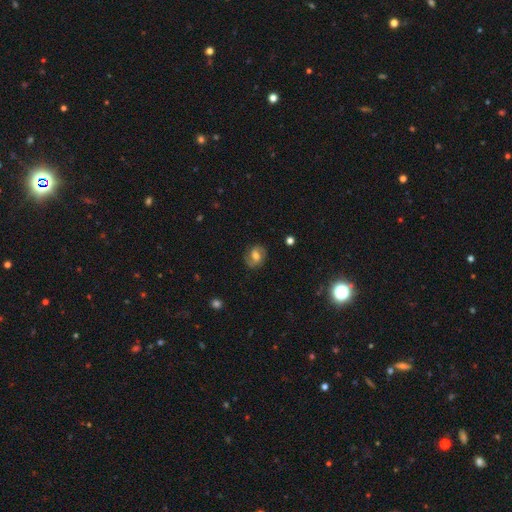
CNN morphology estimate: featured or disk 62%, smooth 29%, star or artifact 9%. Down the decision tree: edge-on disk — no (97%); bar — weak (48%); spiral arms — yes (87%); spiral arm count — 2 (86%); spiral winding — medium (48%); bulge size — moderate (64%); merging — none (80%).